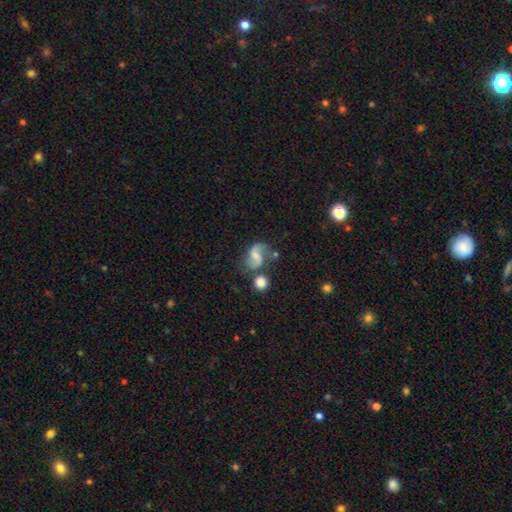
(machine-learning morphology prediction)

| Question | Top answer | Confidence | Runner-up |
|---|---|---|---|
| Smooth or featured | featured or disk | 73% | smooth (18%) |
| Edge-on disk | no | 98% | yes (2%) |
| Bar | weak | 48% | no (32%) |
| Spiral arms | yes | 94% | no (6%) |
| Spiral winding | loose | 67% | medium (27%) |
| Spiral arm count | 2 | 90% | 1 (4%) |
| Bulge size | small | 40% | moderate (28%) |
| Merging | none | 57% | minor disturbance (17%) |